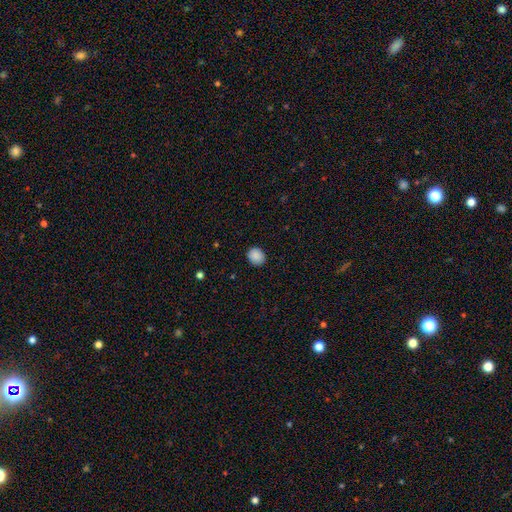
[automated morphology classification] Overall: smooth (88%). How rounded: round (65%; in between 34%). Merging: none (89%).